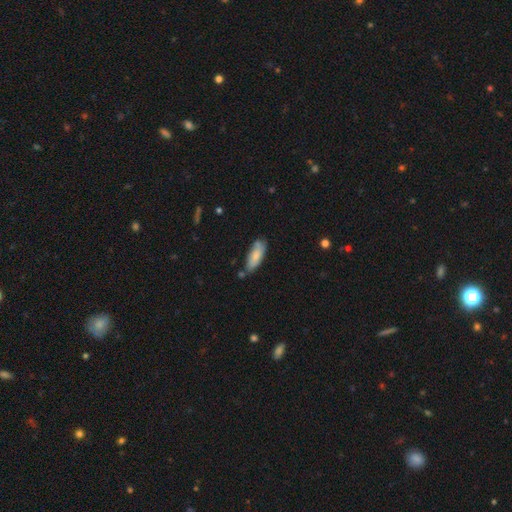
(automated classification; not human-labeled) Smooth or featured? Predicted: smooth (p=0.75). How rounded? Predicted: in between (p=0.66). Merging? Predicted: none (p=0.66).